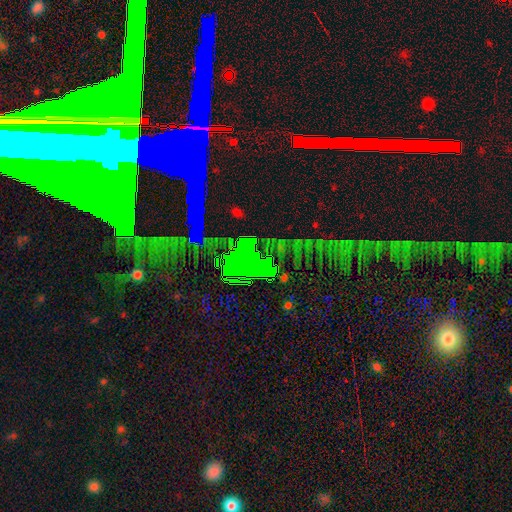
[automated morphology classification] This appears to be a star or artifact, not a galaxy (78%).